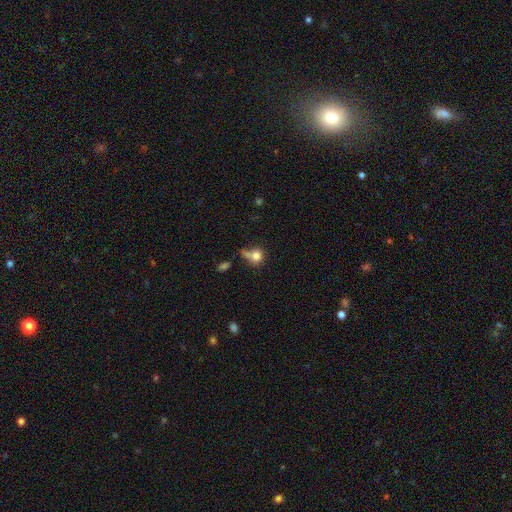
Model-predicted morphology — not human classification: smooth 77%, featured or disk 12%, star or artifact 11%. Down the decision tree: how rounded — round (69%); merging — none (38%).